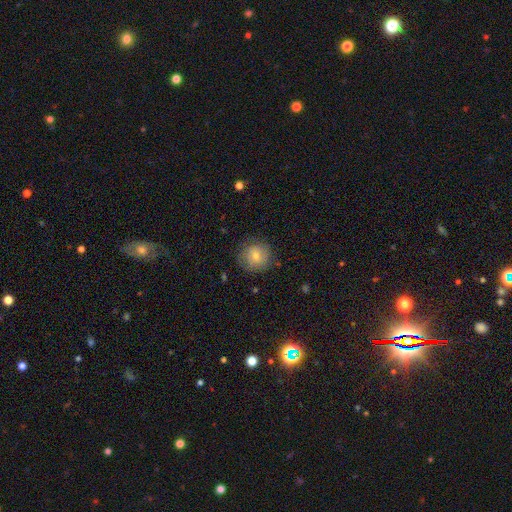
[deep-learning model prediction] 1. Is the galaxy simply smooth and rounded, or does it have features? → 63% smooth, 24% featured or disk, 12% star or artifact.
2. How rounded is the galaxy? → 91% round, 8% in between, 1% cigar-shaped.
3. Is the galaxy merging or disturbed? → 80% none, 14% minor disturbance, 5% major disturbance, 1% merger.